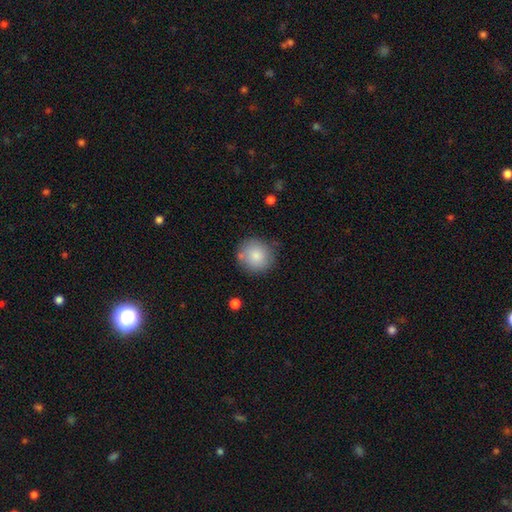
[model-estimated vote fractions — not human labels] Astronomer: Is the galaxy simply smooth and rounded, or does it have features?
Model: smooth — 84%.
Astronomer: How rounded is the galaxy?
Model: round — 92%.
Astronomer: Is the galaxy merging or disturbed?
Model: none — 77%.